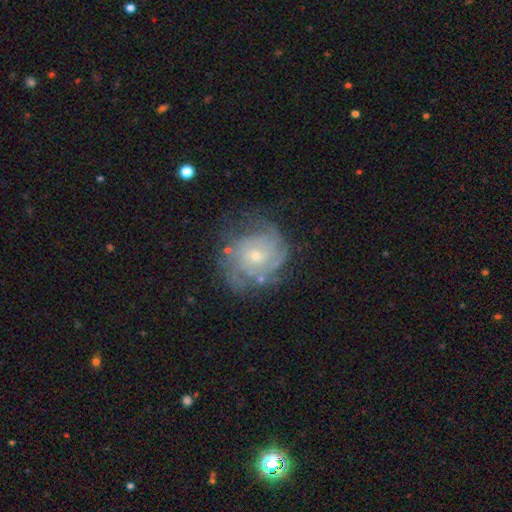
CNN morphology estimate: A featured or disk galaxy (80%) with no bar (75%), tight (65%) spiral arms (92%) and a small central bulge (67%). Merging: none (66%).